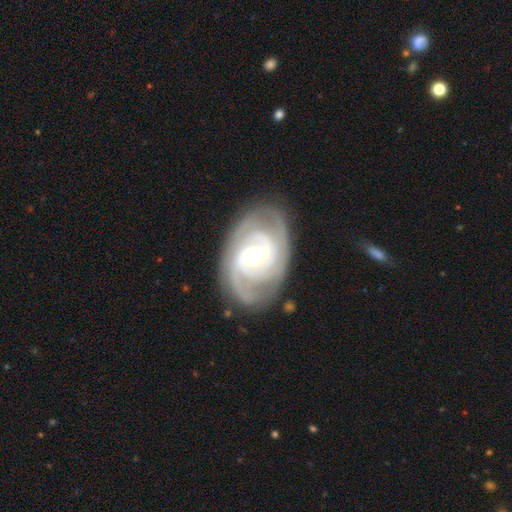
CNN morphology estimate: A featured or disk galaxy (89%) with no bar (43%), 2 (33%, tied with 3) tight (64%) spiral arms (97%) and a moderate central bulge (64%). Merging: none (79%).